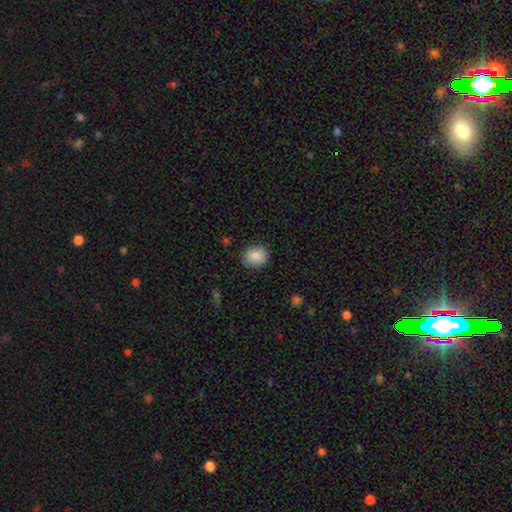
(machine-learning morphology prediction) smooth_or_featured: smooth (p=0.88) [alt: star or artifact p=0.07]
how_rounded: round (p=0.54) [alt: in between p=0.45]
merging: none (p=0.86) [alt: minor disturbance p=0.10]